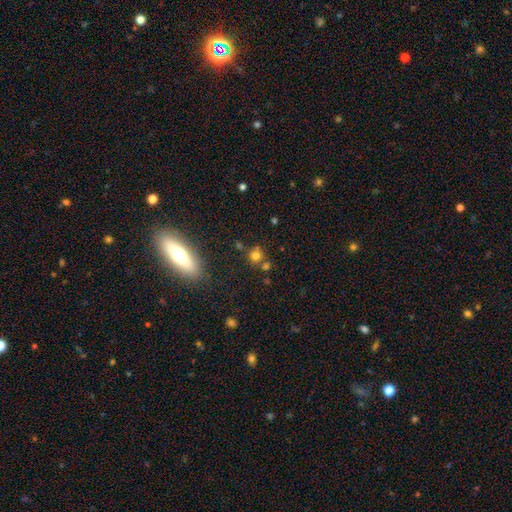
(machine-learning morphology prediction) Smooth or featured?
  - smooth: 72% *
  - star or artifact: 19%
  - featured or disk: 9%
How rounded?
  - round: 88% *
  - in between: 11%
  - cigar-shaped: 1%
Merging?
  - none: 67% *
  - merger: 18%
  - minor disturbance: 10%
  - major disturbance: 4%